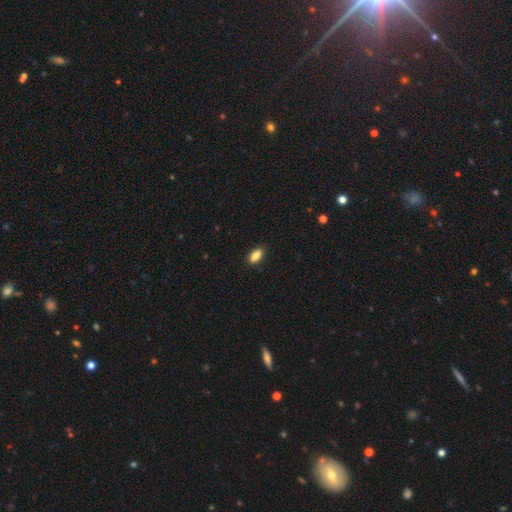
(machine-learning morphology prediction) The model was most divided on "merging": none: 88%, minor disturbance: 9%, major disturbance: 2%, merger: 1%. More confident: how rounded — in between (89%); smooth or featured — smooth (87%).